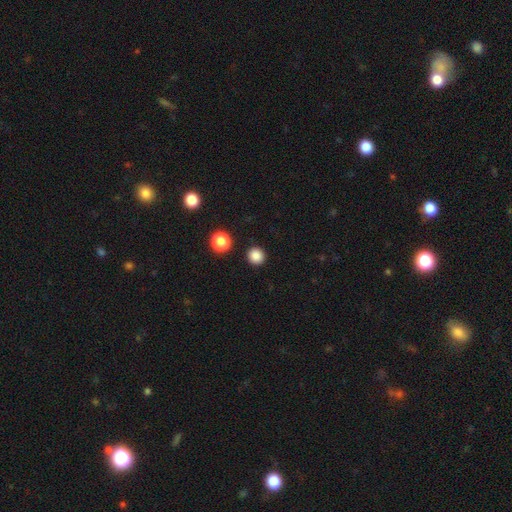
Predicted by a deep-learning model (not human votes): Morphology: type=smooth (86%); roundness=round (94%); merging=none (92%).